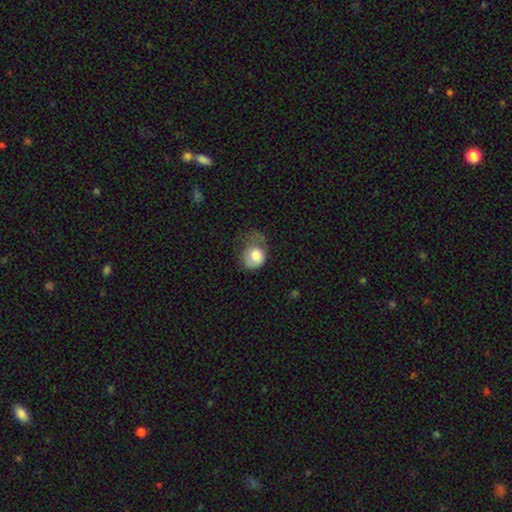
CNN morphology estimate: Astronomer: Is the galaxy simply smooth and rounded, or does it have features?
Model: smooth — 73%.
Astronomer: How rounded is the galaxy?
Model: round — 62%.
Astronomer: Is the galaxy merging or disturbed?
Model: major disturbance — 45% (runner-up: minor disturbance, 30%).